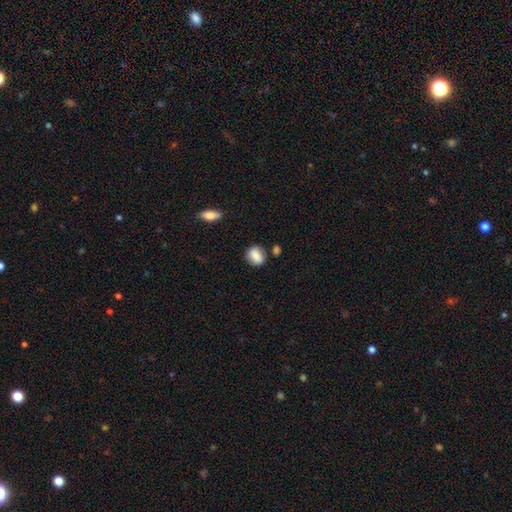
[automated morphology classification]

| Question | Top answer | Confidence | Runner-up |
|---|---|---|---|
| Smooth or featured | smooth | 81% | featured or disk (11%) |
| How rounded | in between | 49% | tied: round (49%) |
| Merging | none | 74% | minor disturbance (15%) |